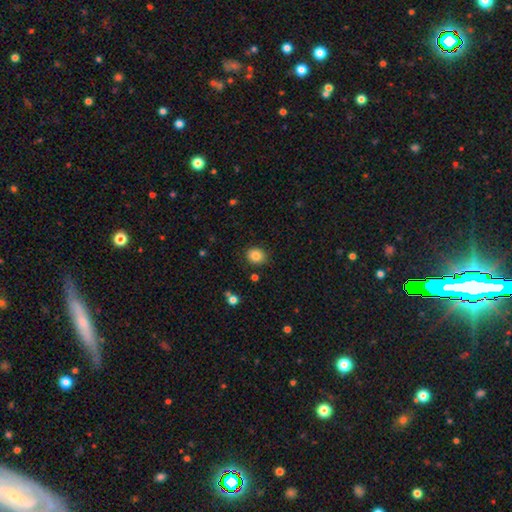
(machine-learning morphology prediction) This appears to be a smooth galaxy with no disk features (84%) that is round (72%). Merging: none (87%).